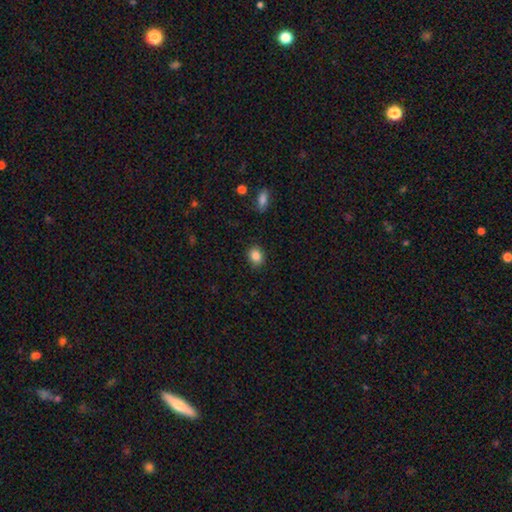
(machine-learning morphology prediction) Smooth or featured?
  - smooth: 86% *
  - star or artifact: 10%
  - featured or disk: 5%
How rounded?
  - in between: 50% *
  - round: 49%
  - cigar-shaped: 1%
Merging?
  - none: 88% *
  - minor disturbance: 9%
  - major disturbance: 2%
  - merger: 1%